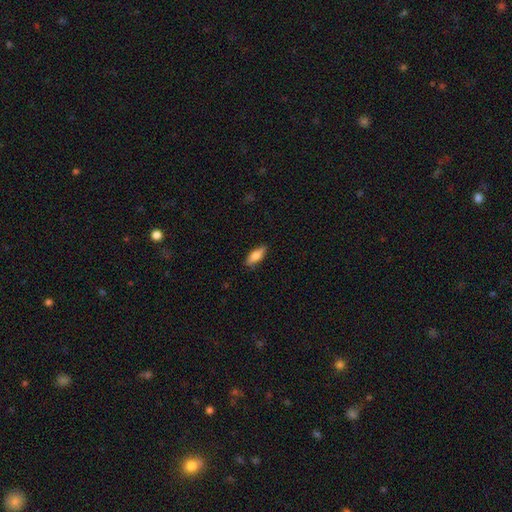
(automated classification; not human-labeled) A smooth galaxy with no disk features (74%) that is in between round and cigar-shaped (65%).

Vote fractions:
- Smooth or featured? smooth: 74% / featured or disk: 19% / star or artifact: 6%
- How rounded? in between: 65% / cigar-shaped: 33% / round: 2%
- Merging? none: 86% / minor disturbance: 11% / major disturbance: 2% / merger: 1%